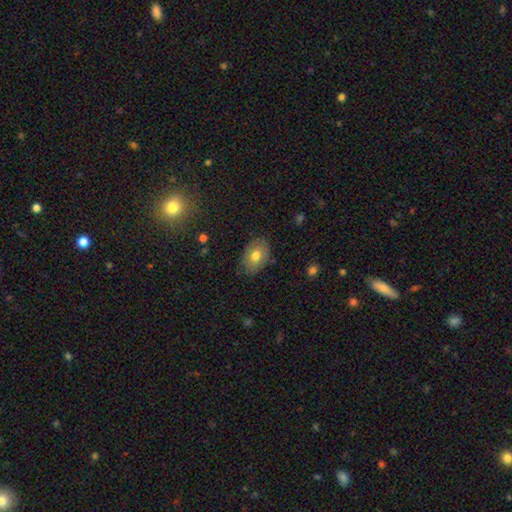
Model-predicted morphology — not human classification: Smooth or featured? Predicted: smooth (p=0.69). How rounded? Predicted: in between (p=0.81). Merging? Predicted: none (p=0.83).